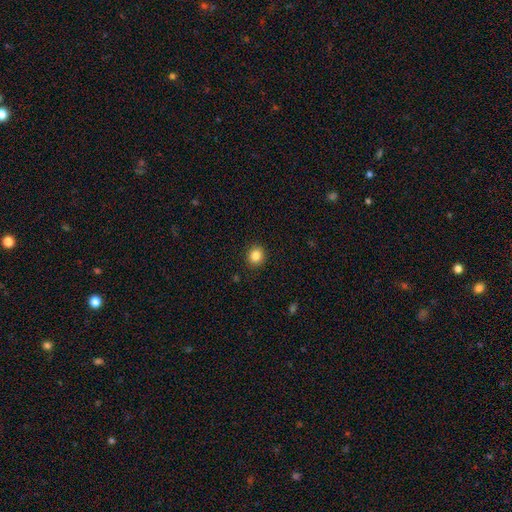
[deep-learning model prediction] smooth_or_featured: smooth (p=0.84) [alt: star or artifact p=0.11]
how_rounded: round (p=0.81) [alt: in between p=0.18]
merging: none (p=0.91) [alt: minor disturbance p=0.06]